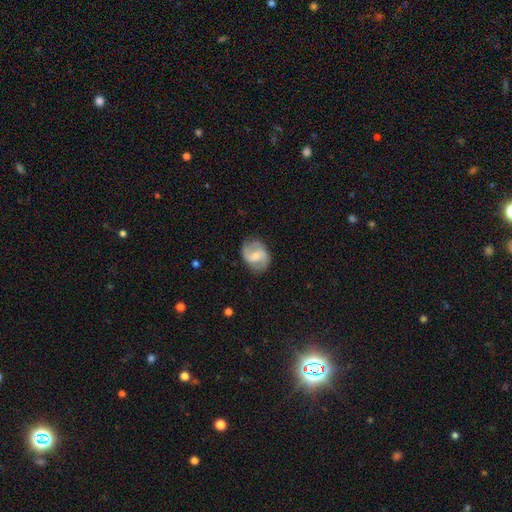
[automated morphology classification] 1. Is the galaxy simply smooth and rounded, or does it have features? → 67% featured or disk, 27% smooth, 6% star or artifact.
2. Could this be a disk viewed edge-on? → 97% no, 3% yes.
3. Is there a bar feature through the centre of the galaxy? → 51% weak, 27% no, 22% strong.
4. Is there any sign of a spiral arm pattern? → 87% yes, 13% no.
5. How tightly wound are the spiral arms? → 46% medium, 35% loose, 19% tight.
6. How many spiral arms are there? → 87% 2, 7% can't tell, 3% 1, 1% 3, 1% 4, 1% more than 4.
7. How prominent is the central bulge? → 47% small, 45% moderate, 4% none, 2% large, 1% dominant.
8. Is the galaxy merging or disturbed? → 78% none, 16% minor disturbance, 5% major disturbance, 1% merger.